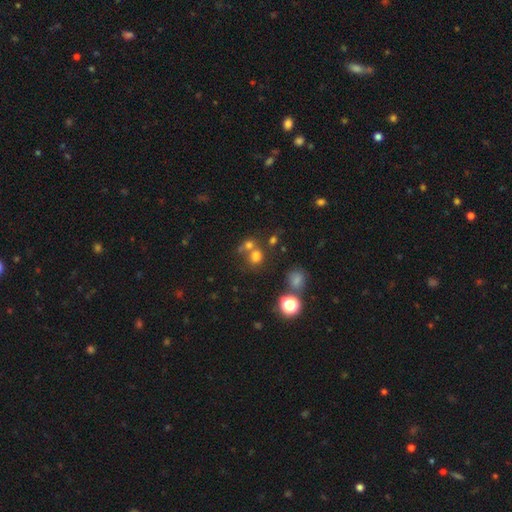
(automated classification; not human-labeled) Smooth or featured? Predicted: smooth (p=0.67). How rounded? Predicted: round (p=0.75). Merging? Predicted: none (p=0.48).